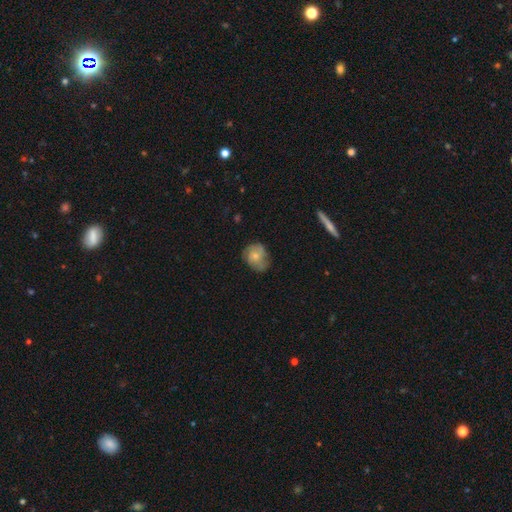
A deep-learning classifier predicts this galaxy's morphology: This is possibly a smooth galaxy (59%). How rounded: possibly round (58%). Merging: possibly none (57%).